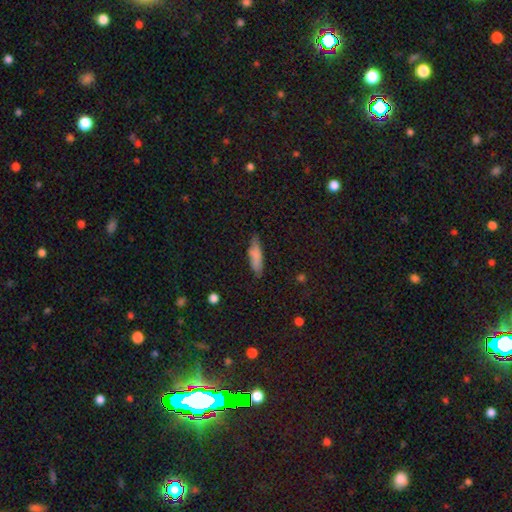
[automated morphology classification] A smooth galaxy with no disk features (80%) that is cigar-shaped (56%). Merging: none (71%).